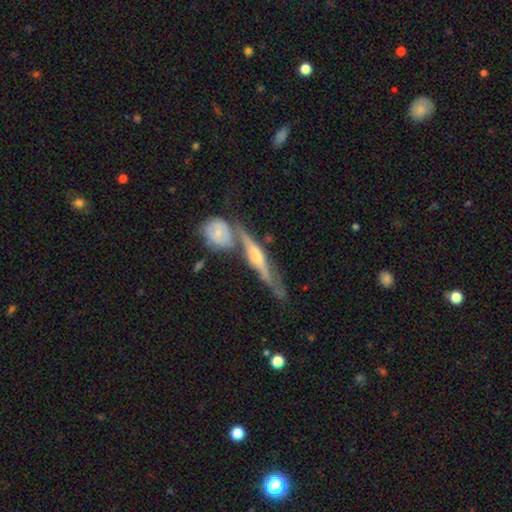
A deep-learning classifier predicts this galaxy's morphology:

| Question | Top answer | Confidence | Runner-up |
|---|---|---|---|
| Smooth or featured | featured or disk | 80% | smooth (14%) |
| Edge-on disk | yes | 91% | no (9%) |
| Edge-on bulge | rounded | 82% | boxy (12%) |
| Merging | none | 56% | merger (22%) |